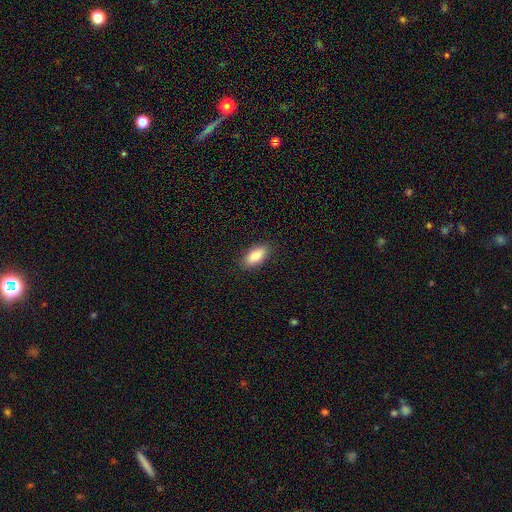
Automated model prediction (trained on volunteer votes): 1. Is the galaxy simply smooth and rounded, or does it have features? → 85% smooth, 8% featured or disk, 7% star or artifact.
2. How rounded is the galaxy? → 84% in between, 14% cigar-shaped, 3% round.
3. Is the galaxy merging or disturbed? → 89% none, 8% minor disturbance, 2% major disturbance, 1% merger.